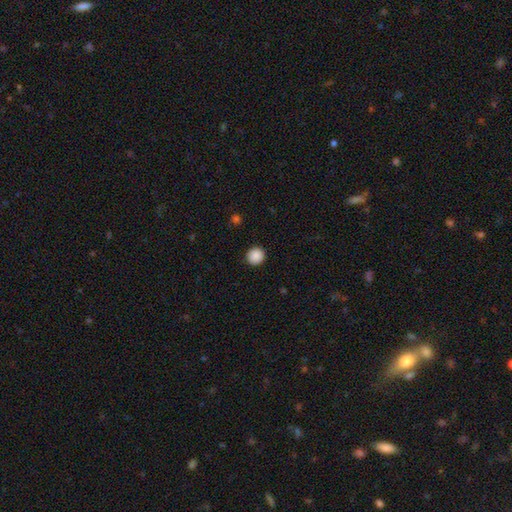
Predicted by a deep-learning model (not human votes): Smooth or featured: smooth — 89% (star or artifact — 9%)
How rounded: round — 93% (in between — 6%)
Merging: none — 92% (minor disturbance — 5%)